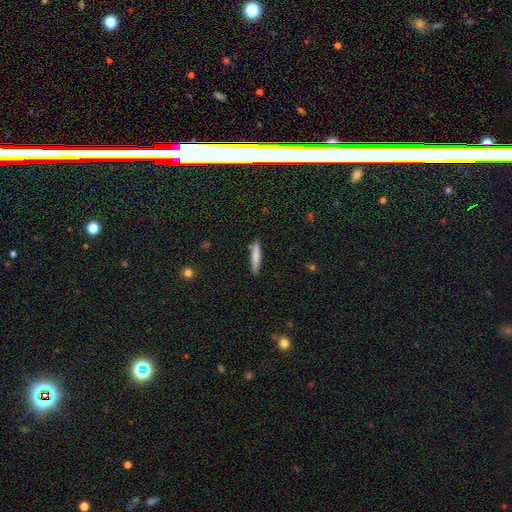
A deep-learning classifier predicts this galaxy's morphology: This appears to be a smooth galaxy with no disk features (79%) that is cigar-shaped (90%). Merging: none (87%).